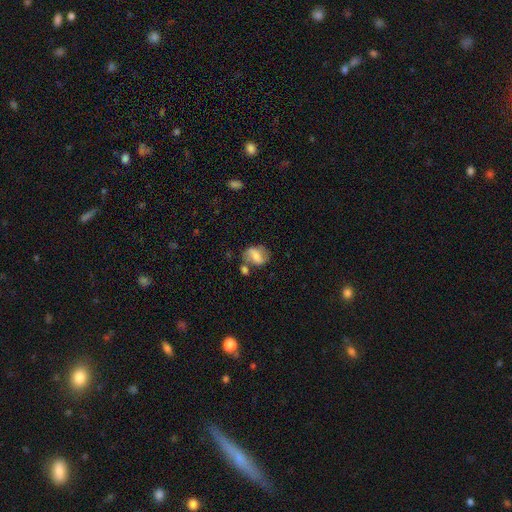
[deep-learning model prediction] Q: Smooth or featured?
A: smooth (58%); runner-up: featured or disk (33%)
Q: How rounded?
A: in between (66%); runner-up: round (32%)
Q: Merging?
A: none (48%); runner-up: minor disturbance (22%)